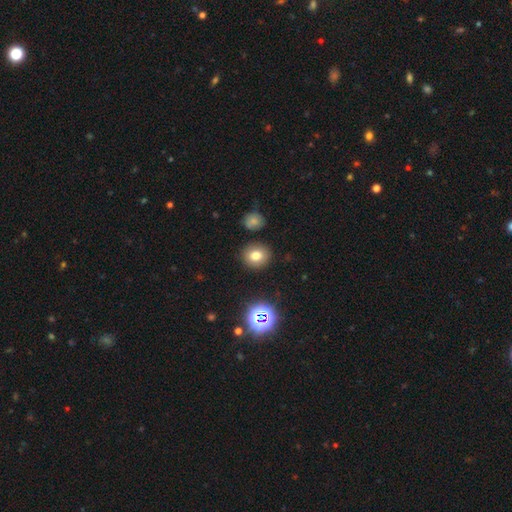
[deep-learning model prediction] Smooth or featured? Predicted: smooth (p=0.75). How rounded? Predicted: round (p=0.79). Merging? Predicted: none (p=0.86).